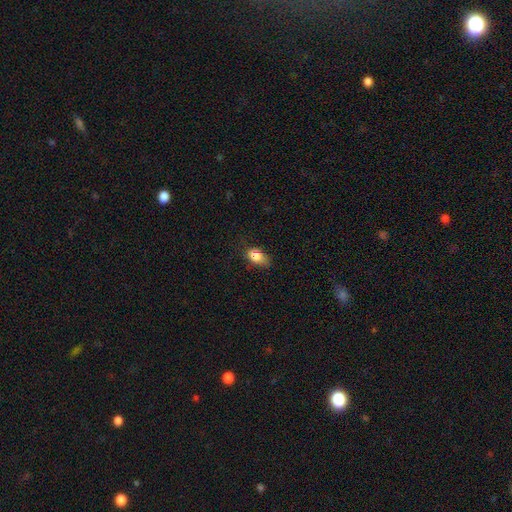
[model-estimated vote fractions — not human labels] Overall: smooth (80%). How rounded: in between (86%). Merging: none (47%; minor disturbance 36%).